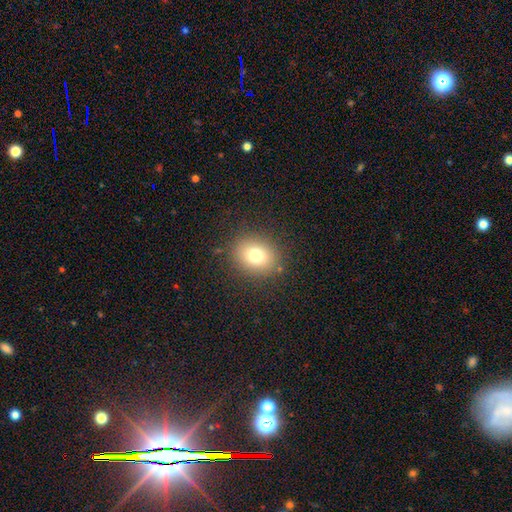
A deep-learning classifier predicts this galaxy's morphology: Smooth or featured? Predicted: smooth (p=0.76). How rounded? Predicted: round (p=0.62). Merging? Predicted: none (p=0.86).